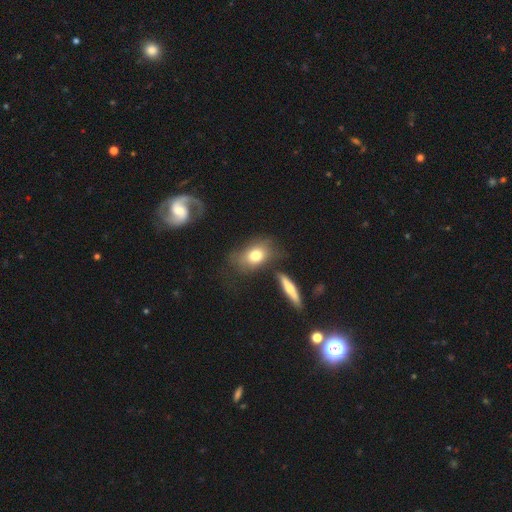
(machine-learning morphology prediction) A smooth galaxy with no disk features (73%) that is in between round and cigar-shaped (76%). Merging: none (57%).